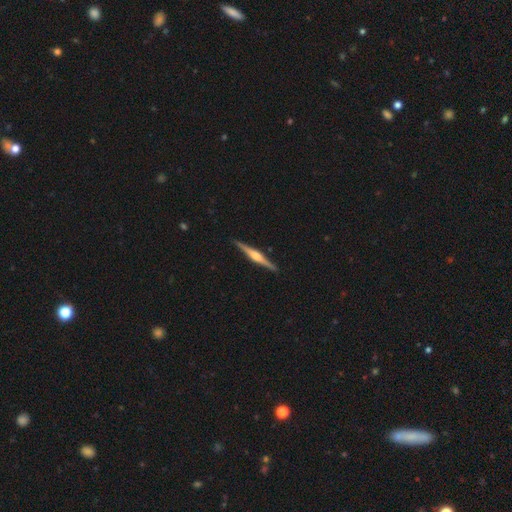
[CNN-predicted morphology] Overall: featured or disk (81%). Edge-on disk: yes (98%). Edge-on bulge: rounded (79%). Merging: none (92%).